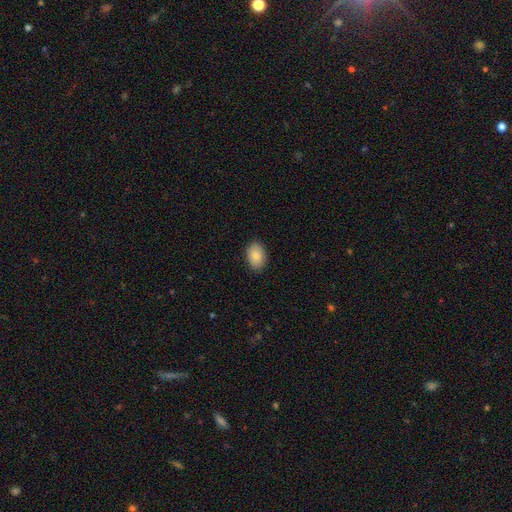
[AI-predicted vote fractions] Overall: smooth (85%). How rounded: in between (87%). Merging: none (89%).